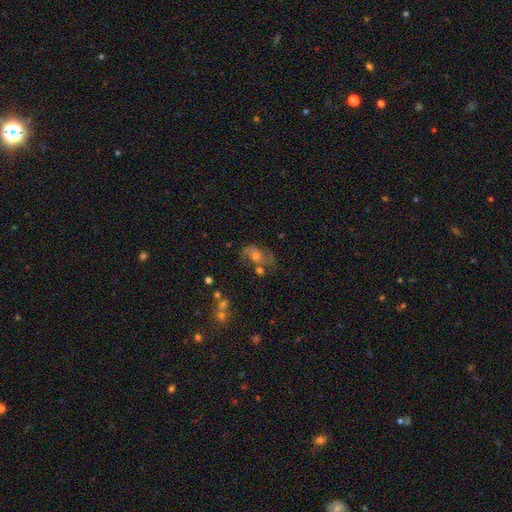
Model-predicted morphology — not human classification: smooth-or-featured: featured or disk: 74% | star or artifact: 13% | smooth: 13%
  disk-edge-on: no: 97% | yes: 3%
    bar: no: 63% | weak: 31% | strong: 6%
    has-spiral-arms: yes: 91% | no: 9%
      spiral-winding: medium: 49% | loose: 33% | tight: 17%
      spiral-arm-count: 2: 81% | can't tell: 8% | 1: 6% | 3: 3% | 4: 1% | more than 4: 1%
    bulge-size: moderate: 55% | small: 32% | large: 7% | none: 5% | dominant: 2%
  merging: none: 57% | minor disturbance: 19% | major disturbance: 15% | merger: 9%